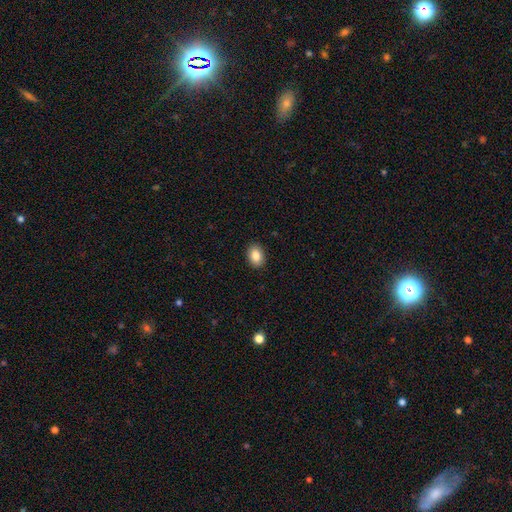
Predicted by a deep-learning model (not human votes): smooth-or-featured: smooth: 86% | star or artifact: 8% | featured or disk: 6%
  how-rounded: in between: 77% | round: 22% | cigar-shaped: 1%
  merging: none: 90% | minor disturbance: 7% | major disturbance: 2% | merger: 1%